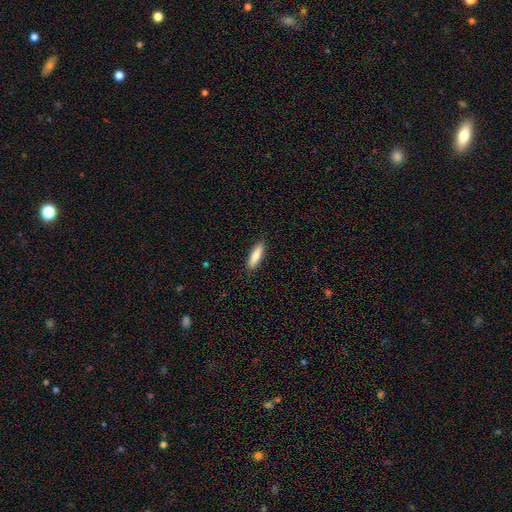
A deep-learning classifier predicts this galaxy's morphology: Smooth or featured: smooth — 83% (featured or disk — 11%)
How rounded: cigar-shaped — 59% (in between — 39%)
Merging: none — 90% (minor disturbance — 8%)